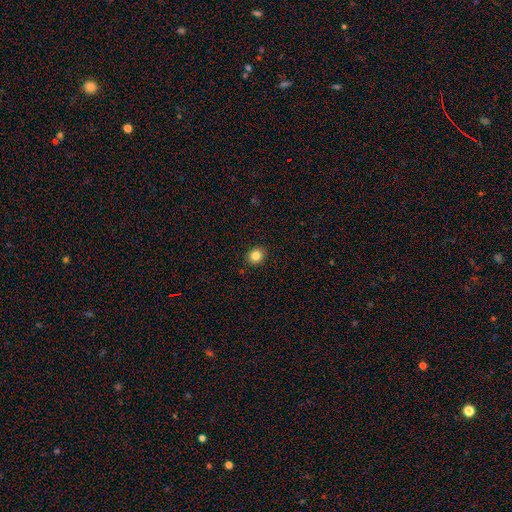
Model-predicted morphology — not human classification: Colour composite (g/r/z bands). It shows a smooth galaxy with no disk features (83%) that is round (75%). Merging: none (91%).